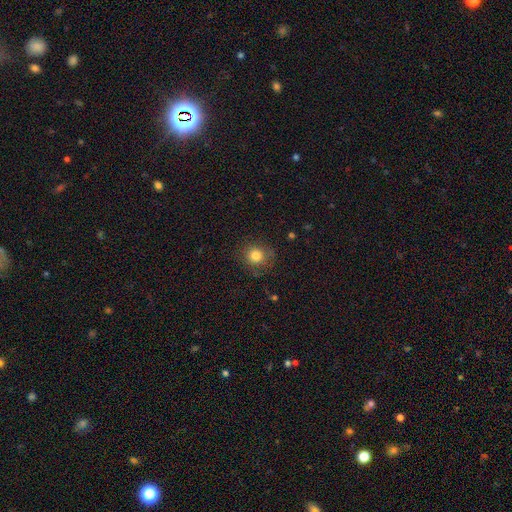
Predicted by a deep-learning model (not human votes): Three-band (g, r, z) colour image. It shows a smooth galaxy with no disk features (81%) that is round (88%). Merging: none (80%).